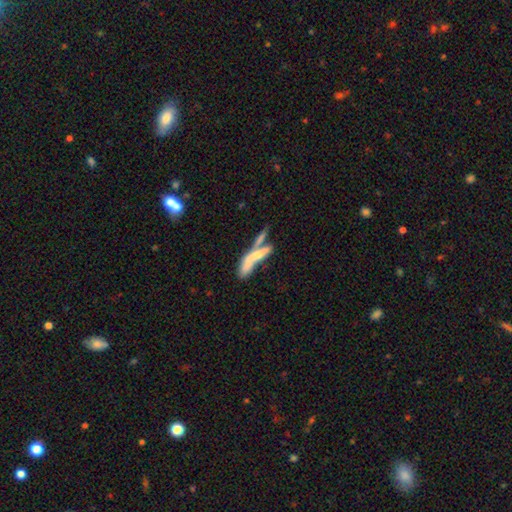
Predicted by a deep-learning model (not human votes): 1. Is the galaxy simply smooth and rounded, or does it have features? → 47% smooth, 44% featured or disk, 8% star or artifact.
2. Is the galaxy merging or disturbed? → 49% merger, 24% none, 15% major disturbance, 13% minor disturbance.